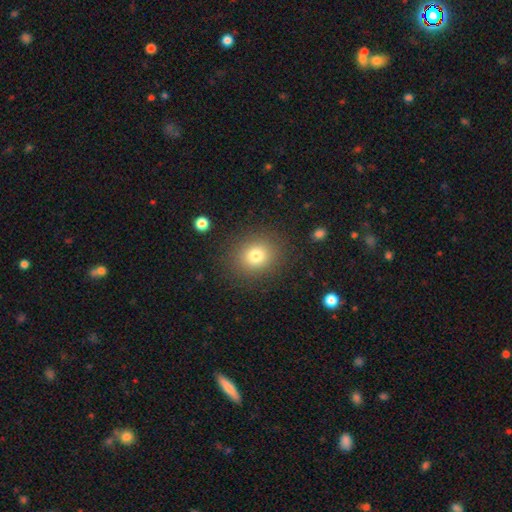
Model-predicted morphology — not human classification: Smooth or featured: smooth — 78% (star or artifact — 13%)
How rounded: round — 73% (in between — 26%)
Merging: none — 86% (minor disturbance — 8%)